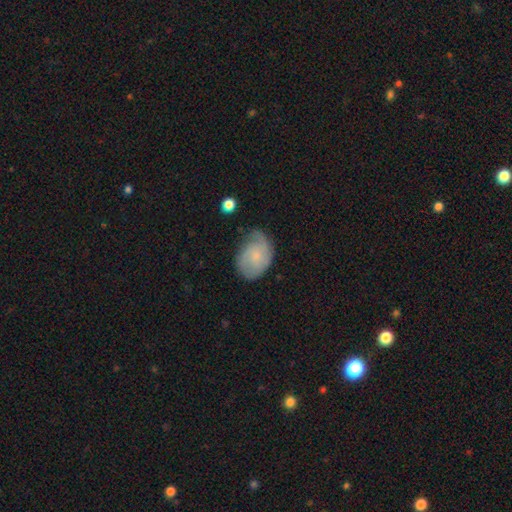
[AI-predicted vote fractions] Q: Smooth or featured?
A: featured or disk (47%); runner-up: smooth (46%)
Q: Merging?
A: none (51%); runner-up: minor disturbance (34%)